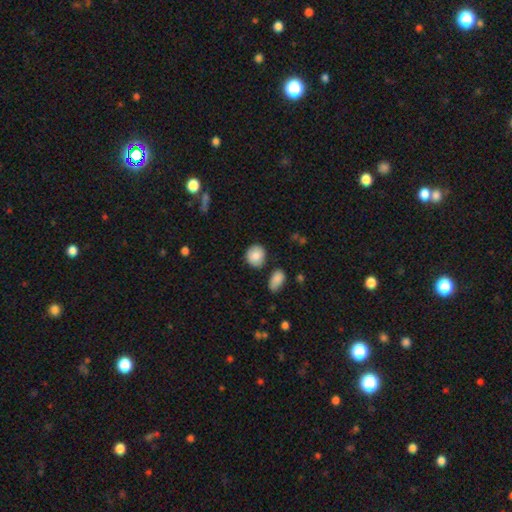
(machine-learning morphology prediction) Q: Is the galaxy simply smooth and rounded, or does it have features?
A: smooth — 86%.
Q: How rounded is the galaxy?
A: round — 80%.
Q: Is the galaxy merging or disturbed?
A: none — 82%.